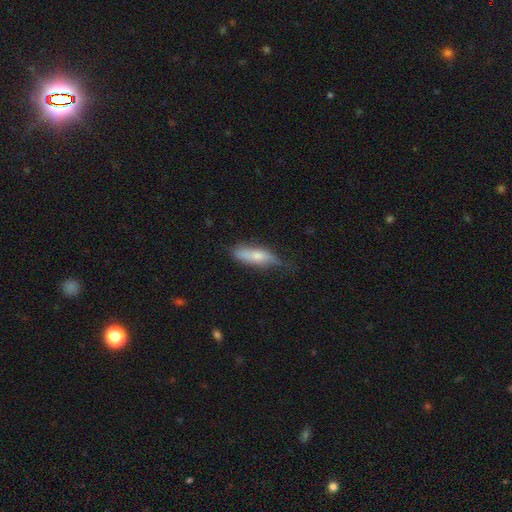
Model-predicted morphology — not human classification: The model was most divided on "how rounded": cigar-shaped: 54%, in between: 44%, round: 2%. More confident: smooth or featured — smooth (64%); merging — none (58%).